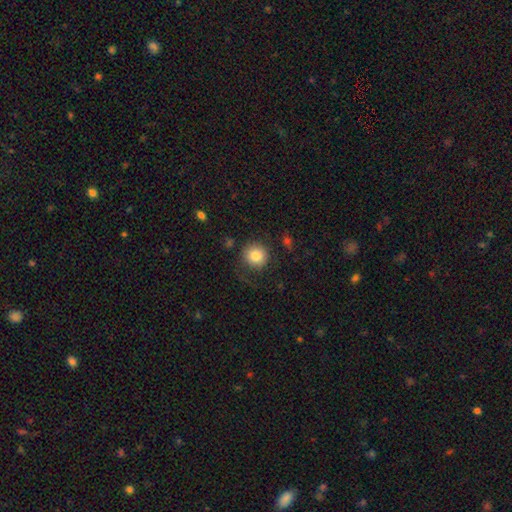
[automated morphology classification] smooth_or_featured: smooth (p=0.84) [alt: star or artifact p=0.09]
how_rounded: round (p=0.91) [alt: in between p=0.08]
merging: none (p=0.76) [alt: minor disturbance p=0.14]